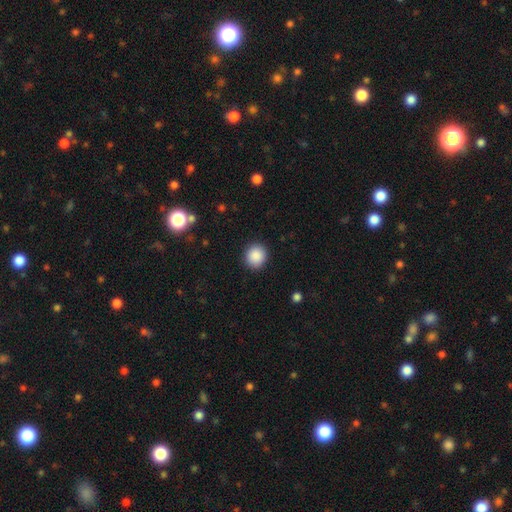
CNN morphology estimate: Smooth or featured? smooth (89%)
How rounded? round (89%)
Merging? none (91%)